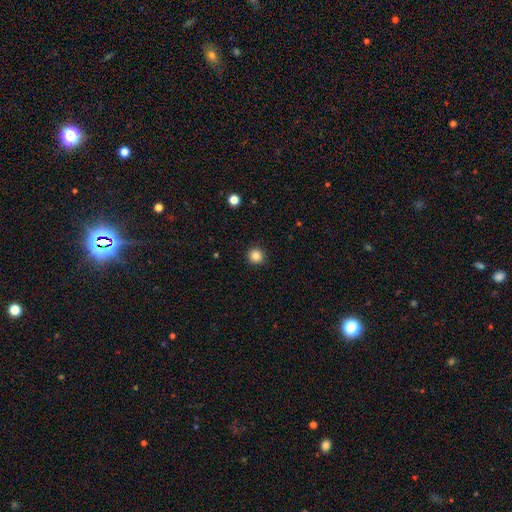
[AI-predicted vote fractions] smooth 85%, star or artifact 11%, featured or disk 4%. Down the decision tree: how rounded — round (94%); merging — none (92%).